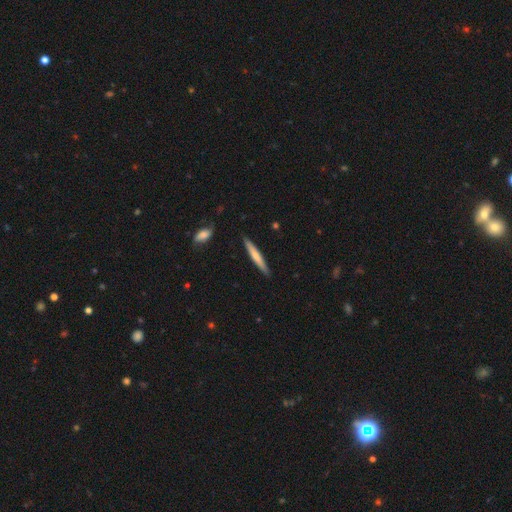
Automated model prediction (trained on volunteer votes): Smooth or featured?
  - smooth: 60% *
  - featured or disk: 35%
  - star or artifact: 5%
How rounded?
  - cigar-shaped: 94% *
  - in between: 4%
  - round: 1%
Merging?
  - none: 88% *
  - minor disturbance: 9%
  - major disturbance: 1%
  - merger: 1%